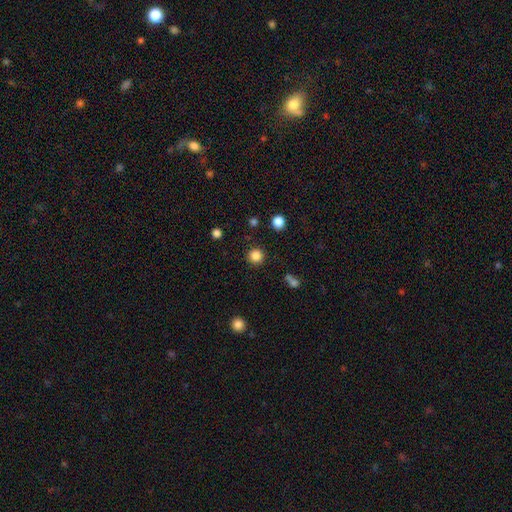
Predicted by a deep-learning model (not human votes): Morphology: type=smooth (84%); roundness=round (95%); merging=none (90%).